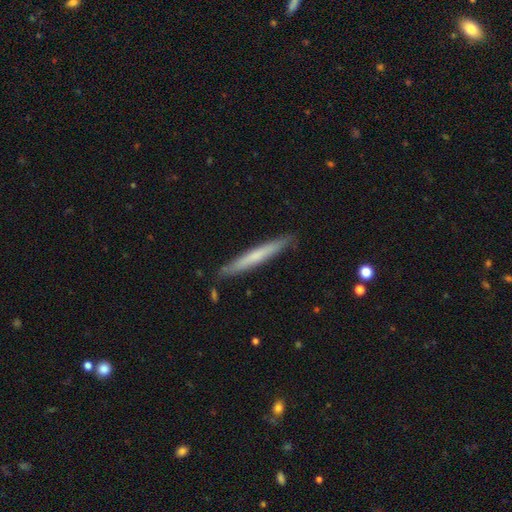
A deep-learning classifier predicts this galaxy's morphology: The model was most divided on "smooth or featured": smooth: 58%, featured or disk: 36%, star or artifact: 6%. More confident: how rounded — cigar-shaped (96%); merging — none (88%).